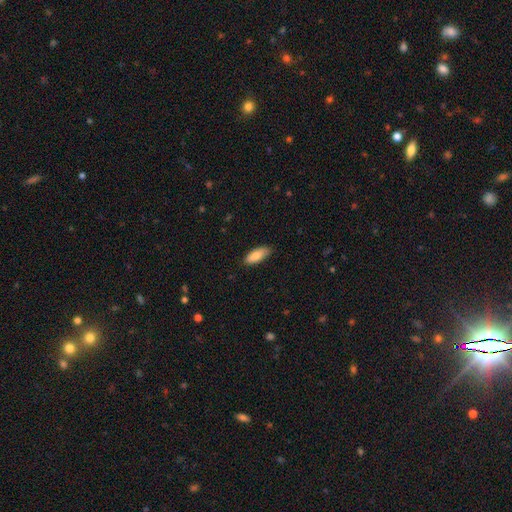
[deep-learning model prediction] This is clearly a smooth galaxy (84%). How rounded: likely in between (75%). Merging: clearly none (83%).